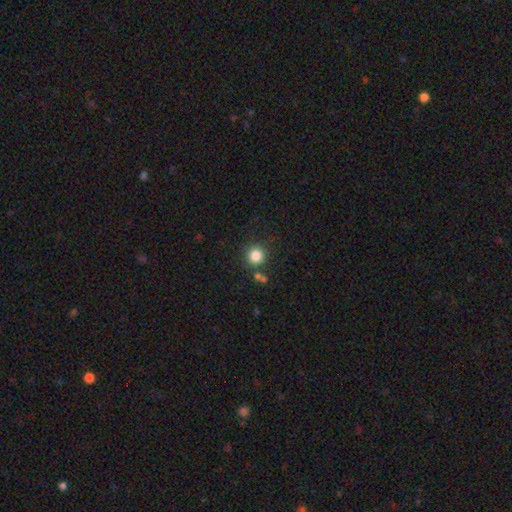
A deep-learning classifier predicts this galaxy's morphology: Smooth or featured: smooth — 83% (star or artifact — 12%)
How rounded: round — 93% (in between — 6%)
Merging: none — 82% (minor disturbance — 9%)